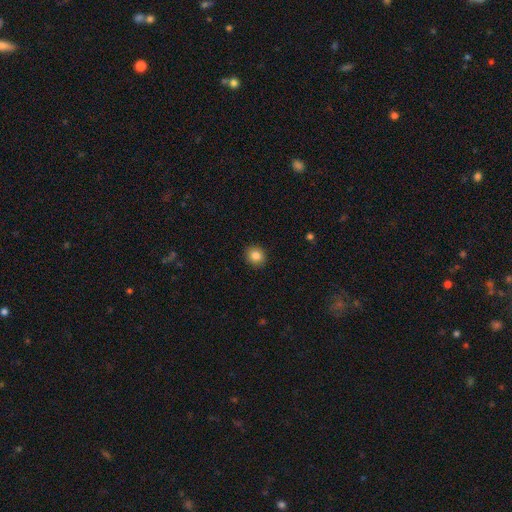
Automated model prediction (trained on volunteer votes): smooth_or_featured: smooth (p=0.85) [alt: star or artifact p=0.10]
how_rounded: round (p=0.80) [alt: in between p=0.19]
merging: none (p=0.91) [alt: minor disturbance p=0.07]